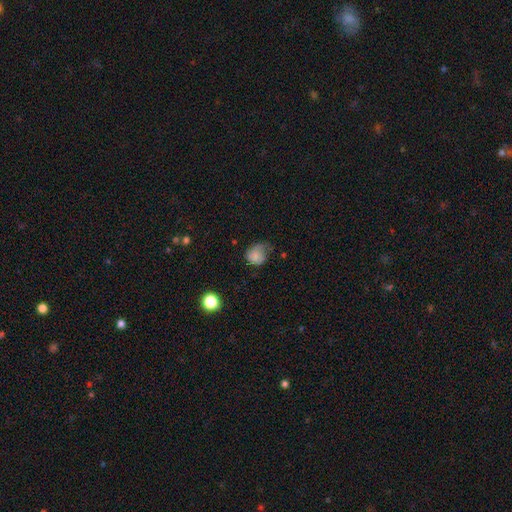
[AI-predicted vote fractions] A smooth galaxy with no disk features (76%) that is round (67%). Merging: minor disturbance (39%).